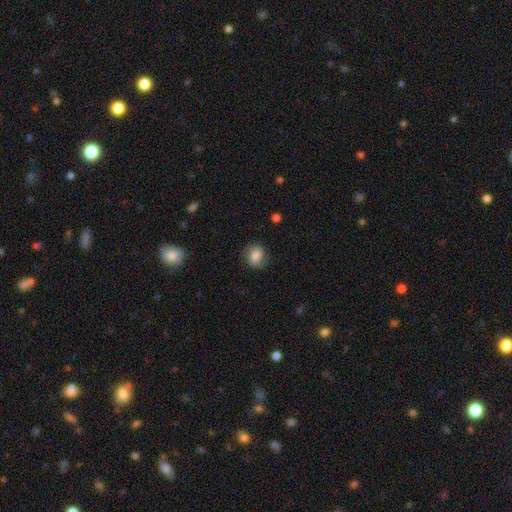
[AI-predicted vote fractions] This is likely a smooth galaxy (60%). How rounded: possibly round (52%). Merging: likely none (75%).